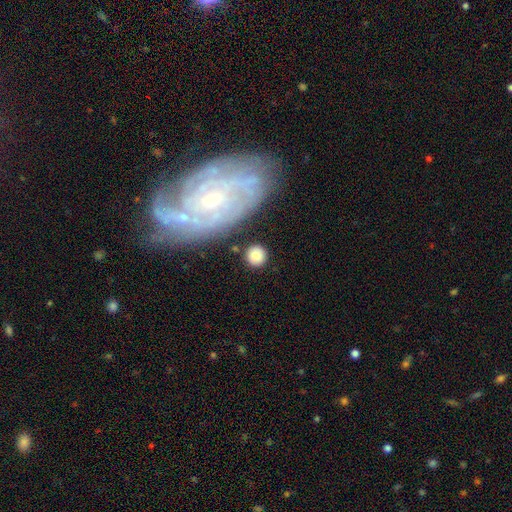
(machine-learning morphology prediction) The model was most divided on "smooth or featured": smooth: 80%, featured or disk: 12%, star or artifact: 8%. More confident: how rounded — round (91%); merging — none (82%).